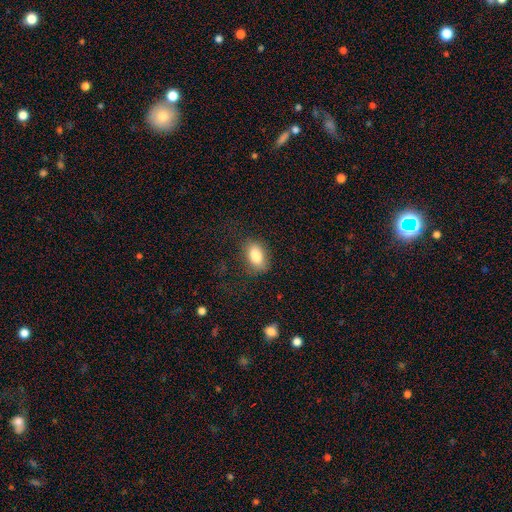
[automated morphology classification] smooth-or-featured: smooth: 84% | featured or disk: 8% | star or artifact: 8%
  how-rounded: in between: 88% | round: 9% | cigar-shaped: 2%
  merging: none: 74% | minor disturbance: 17% | major disturbance: 7% | merger: 1%